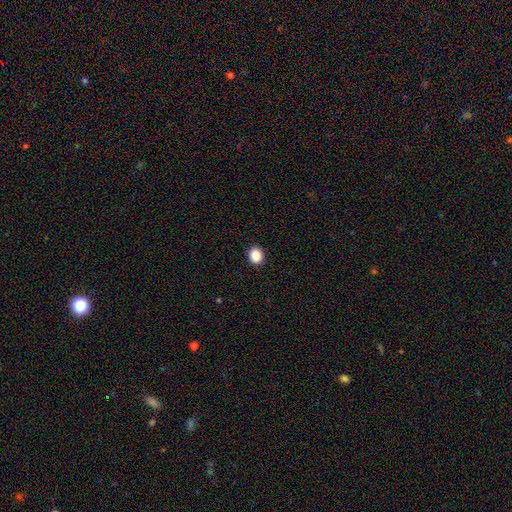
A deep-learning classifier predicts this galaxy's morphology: This appears to be a smooth galaxy with no disk features (89%) that is round (71%). Merging: none (92%).